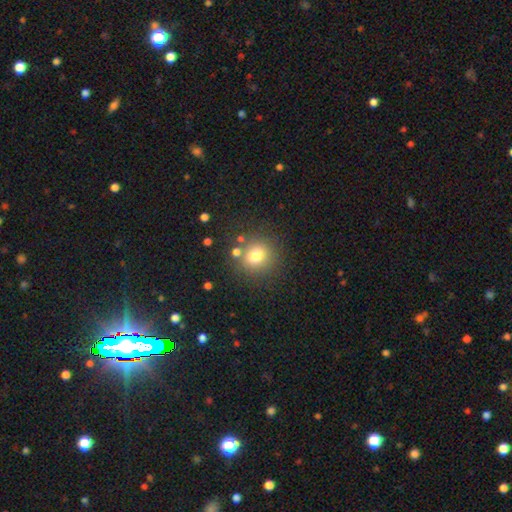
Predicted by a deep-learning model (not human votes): Smooth or featured? Predicted: smooth (p=0.77). How rounded? Predicted: round (p=0.83). Merging? Predicted: none (p=0.77).